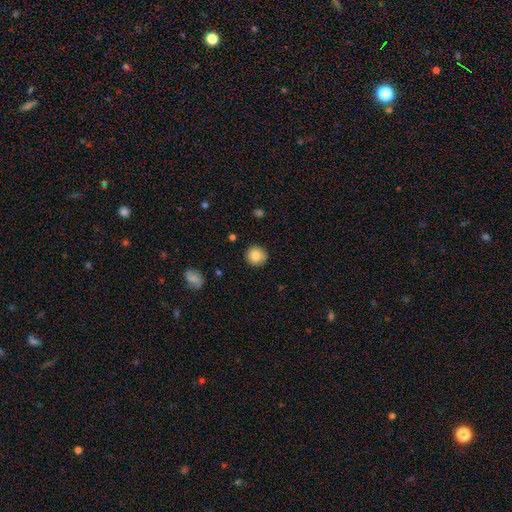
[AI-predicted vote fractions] Q: Smooth or featured?
A: smooth (85%); runner-up: star or artifact (9%)
Q: How rounded?
A: round (94%); runner-up: in between (5%)
Q: Merging?
A: none (89%); runner-up: minor disturbance (8%)